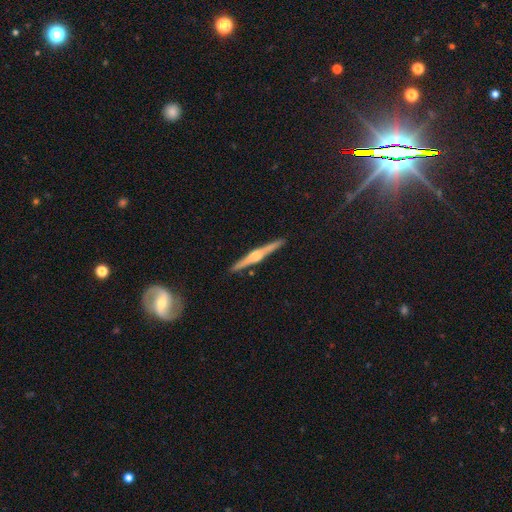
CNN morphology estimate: This is likely a featured or disk galaxy (77%). It is clearly viewed edge-on (98%). Edge-on bulge: likely rounded (75%). Merging: clearly none (91%).